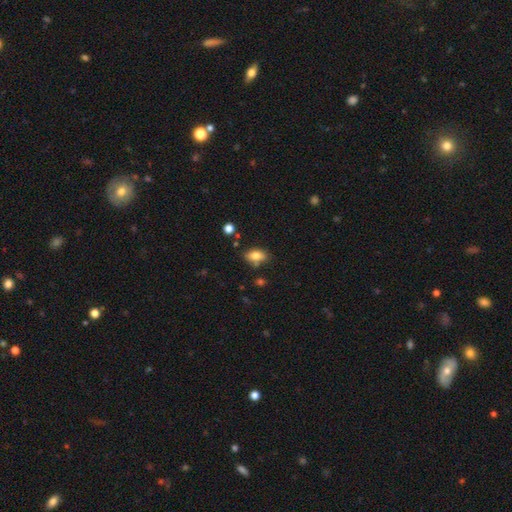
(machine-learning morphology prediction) The model was most divided on "merging": none: 72%, minor disturbance: 16%, merger: 8%, major disturbance: 4%. More confident: how rounded — in between (87%); smooth or featured — smooth (78%).